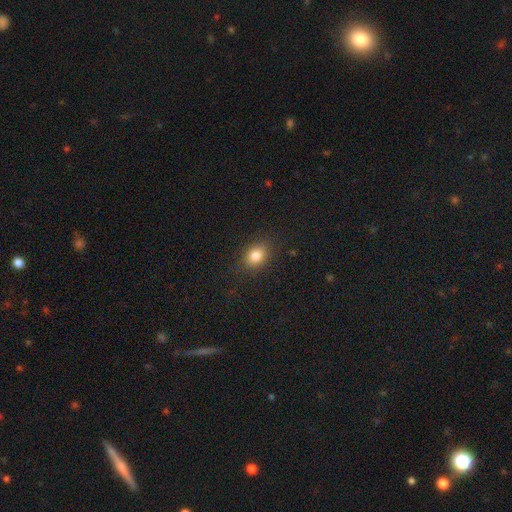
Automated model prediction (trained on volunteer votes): Q: Smooth or featured?
A: smooth (83%); runner-up: star or artifact (10%)
Q: How rounded?
A: in between (65%); runner-up: round (33%)
Q: Merging?
A: none (85%); runner-up: minor disturbance (11%)